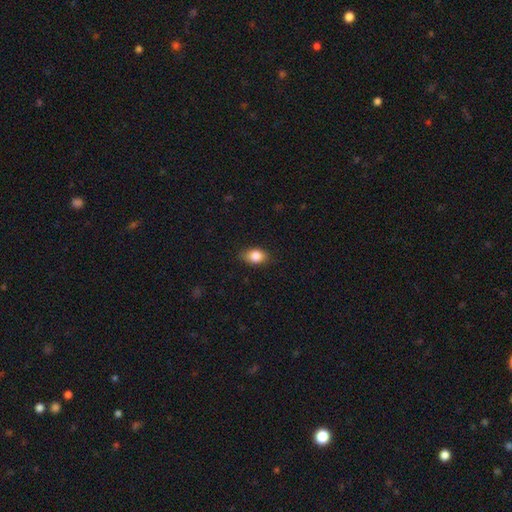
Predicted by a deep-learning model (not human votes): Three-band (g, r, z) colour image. It shows a smooth galaxy with no disk features (84%) that is in between round and cigar-shaped (81%). Merging: none (84%).